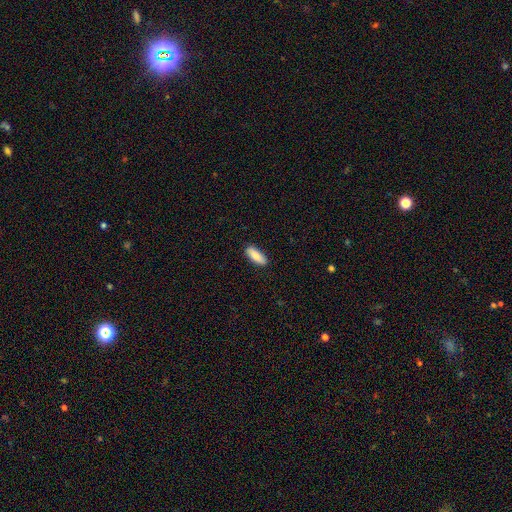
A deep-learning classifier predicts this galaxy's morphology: smooth-or-featured: smooth: 85% | featured or disk: 9% | star or artifact: 6%
  how-rounded: in between: 70% | cigar-shaped: 28% | round: 2%
  merging: none: 88% | minor disturbance: 9% | major disturbance: 2% | merger: 1%